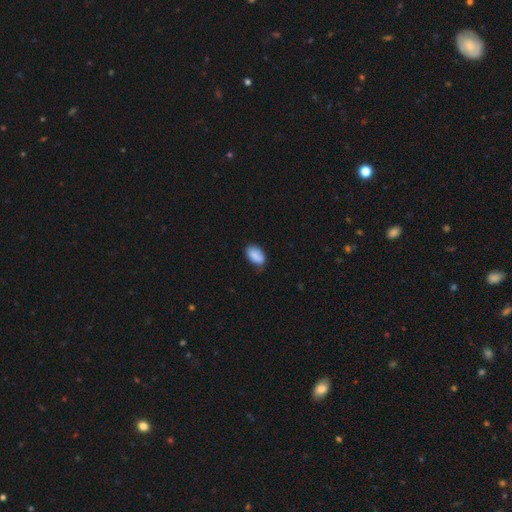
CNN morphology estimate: This is clearly a smooth galaxy (86%). How rounded: clearly in between (92%). Merging: likely none (68%).